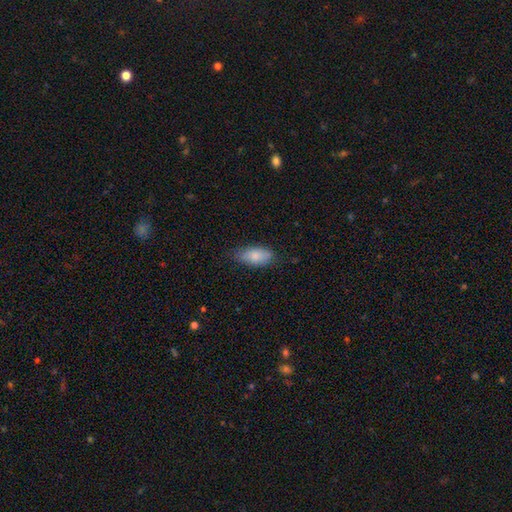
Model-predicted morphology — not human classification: This is clearly a smooth galaxy (82%). How rounded: clearly in between (89%). Merging: likely none (75%).